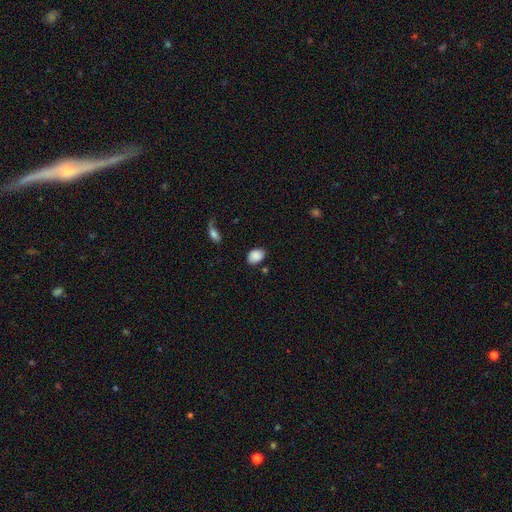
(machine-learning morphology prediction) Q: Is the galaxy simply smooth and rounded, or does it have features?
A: smooth — 87%.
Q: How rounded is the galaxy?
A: in between — 74%.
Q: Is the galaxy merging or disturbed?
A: none — 77%.